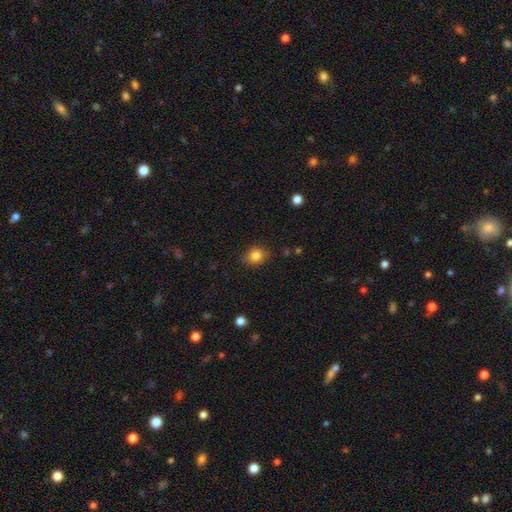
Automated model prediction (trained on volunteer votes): Smooth or featured? Predicted: smooth (p=0.83). How rounded? Predicted: round (p=0.68). Merging? Predicted: none (p=0.82).